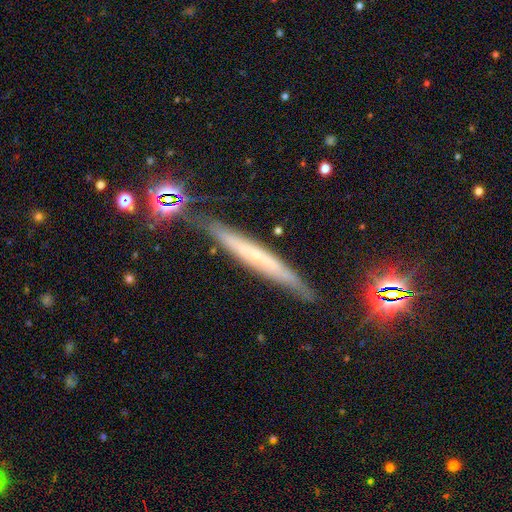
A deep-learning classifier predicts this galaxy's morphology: smooth_or_featured: featured or disk (p=0.53) [alt: smooth p=0.35]
disk_edge_on: yes (p=0.88) [alt: no p=0.12]
merging: none (p=0.81) [alt: minor disturbance p=0.13]